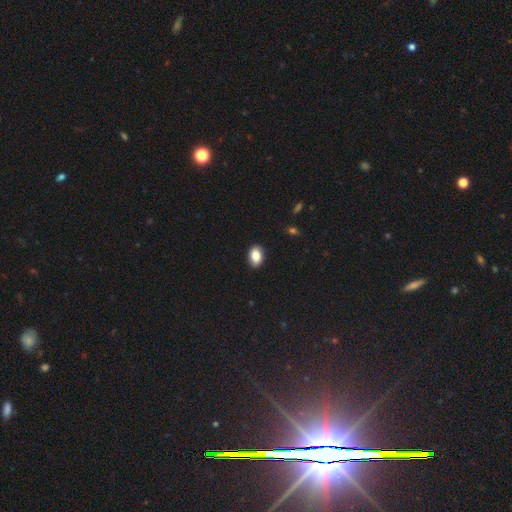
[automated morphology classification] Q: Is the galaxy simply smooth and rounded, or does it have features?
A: smooth — 85%.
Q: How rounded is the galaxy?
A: in between — 84%.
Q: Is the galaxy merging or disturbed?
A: none — 89%.